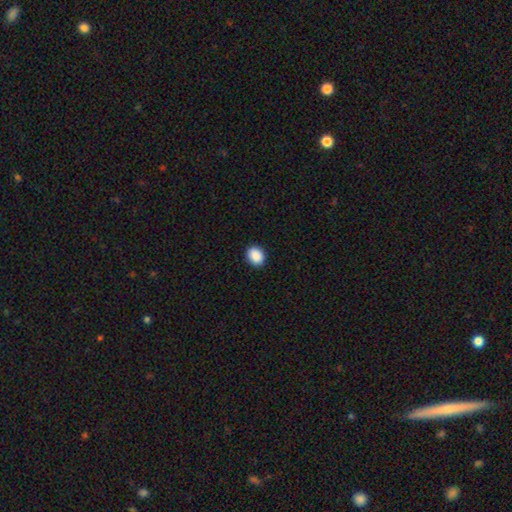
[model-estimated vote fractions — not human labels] The model was most divided on "how rounded": round: 50%, in between: 49%, cigar-shaped: 1%. More confident: merging — none (91%); smooth or featured — smooth (90%).